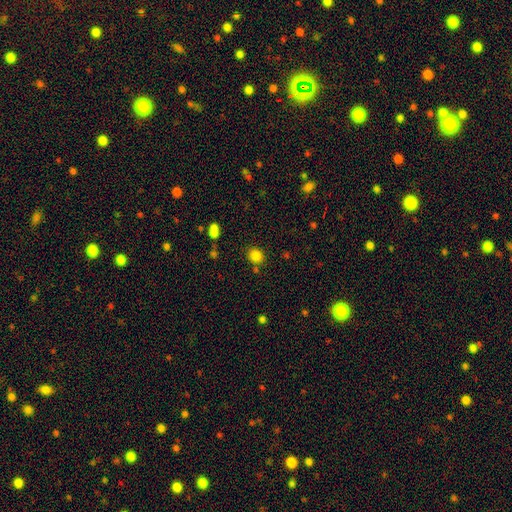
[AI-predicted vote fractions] A smooth galaxy with no disk features (83%) that is round (72%).

Vote fractions:
- Smooth or featured? smooth: 83% / star or artifact: 12% / featured or disk: 5%
- How rounded? round: 72% / in between: 27% / cigar-shaped: 1%
- Merging? none: 80% / minor disturbance: 10% / merger: 7% / major disturbance: 3%